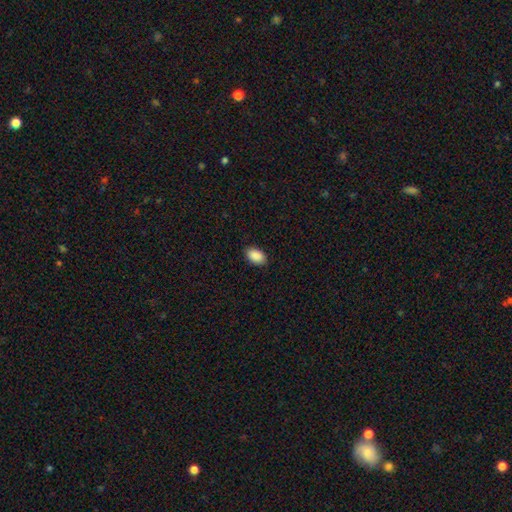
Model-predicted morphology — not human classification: smooth-or-featured: smooth: 91% | star or artifact: 7% | featured or disk: 3%
  how-rounded: in between: 92% | round: 7% | cigar-shaped: 1%
  merging: none: 89% | minor disturbance: 8% | major disturbance: 2% | merger: 1%